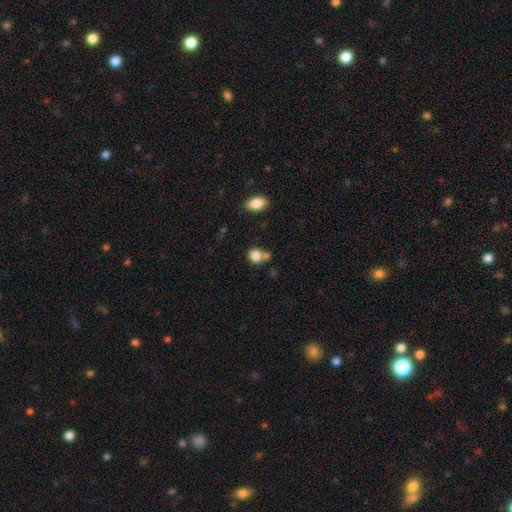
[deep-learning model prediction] smooth-or-featured: smooth: 84% | star or artifact: 10% | featured or disk: 6%
  how-rounded: round: 73% | in between: 26% | cigar-shaped: 1%
  merging: none: 55% | merger: 27% | minor disturbance: 13% | major disturbance: 5%